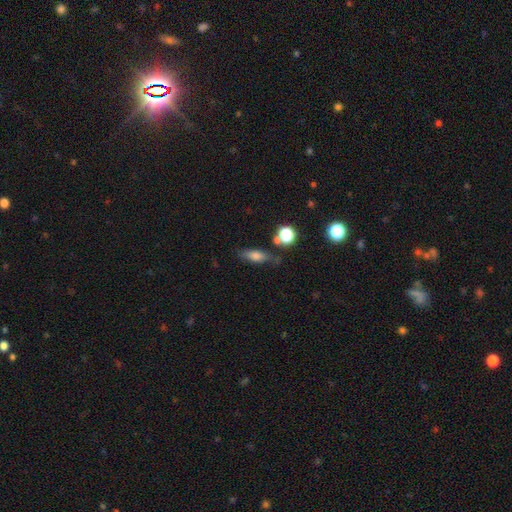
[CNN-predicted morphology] A smooth galaxy with no disk features (68%) that is in between round and cigar-shaped (55%).

Vote fractions:
- Smooth or featured? smooth: 68% / featured or disk: 21% / star or artifact: 12%
- How rounded? in between: 55% / cigar-shaped: 37% / round: 8%
- Merging? none: 68% / minor disturbance: 18% / merger: 8% / major disturbance: 6%